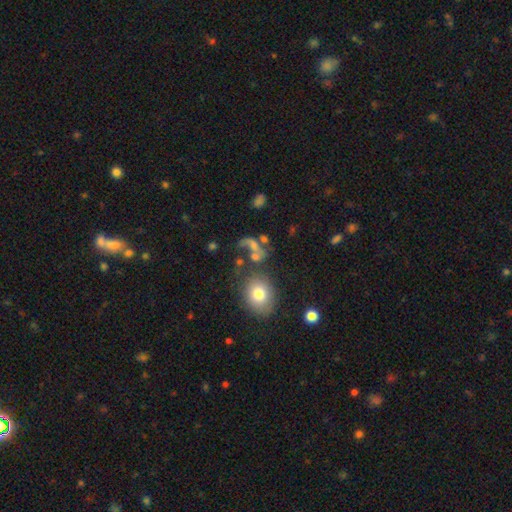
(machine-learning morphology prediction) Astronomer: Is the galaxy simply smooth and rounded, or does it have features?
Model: smooth — 52% (runner-up: featured or disk, 29%).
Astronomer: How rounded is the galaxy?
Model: in between — 53% (runner-up: round, 43%).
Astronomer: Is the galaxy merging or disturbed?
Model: merger — 32%, tied with none at 32%.